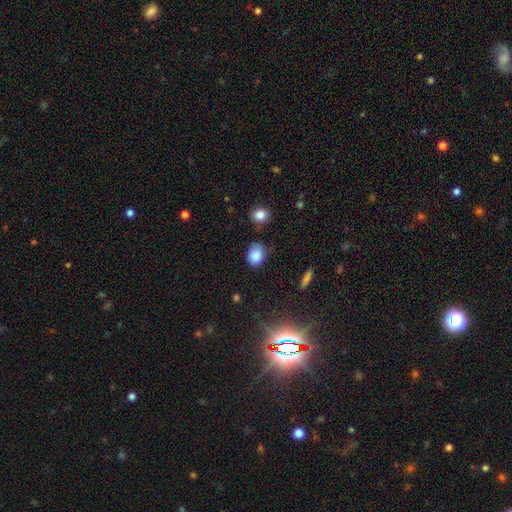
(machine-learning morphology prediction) The model was most divided on "how rounded": in between: 64%, round: 34%, cigar-shaped: 1%. More confident: smooth or featured — smooth (85%); merging — none (64%).